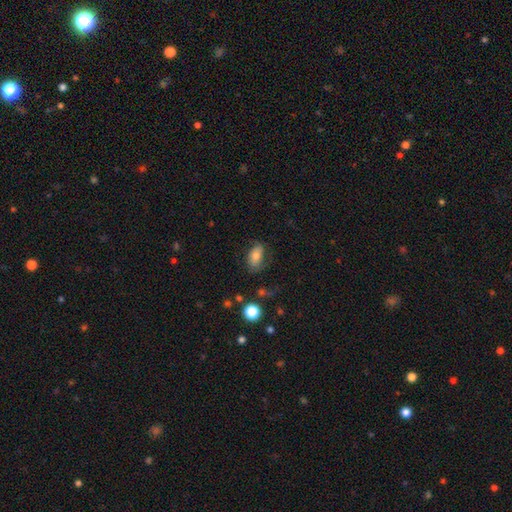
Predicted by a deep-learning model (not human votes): A smooth galaxy with no disk features (71%) that is in between round and cigar-shaped (88%). Merging: none (62%).